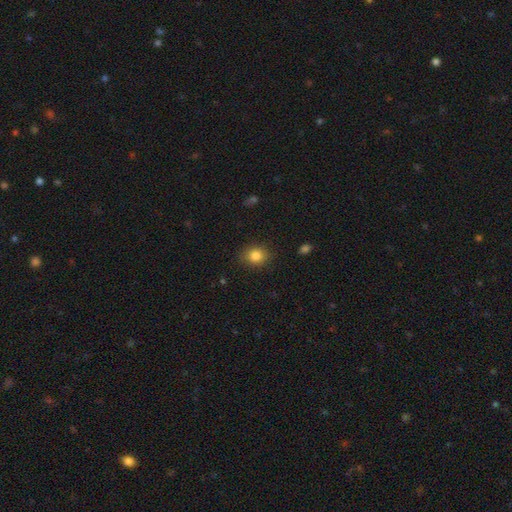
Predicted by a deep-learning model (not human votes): Morphology: type=smooth (84%); roundness=round (63%); merging=none (85%).